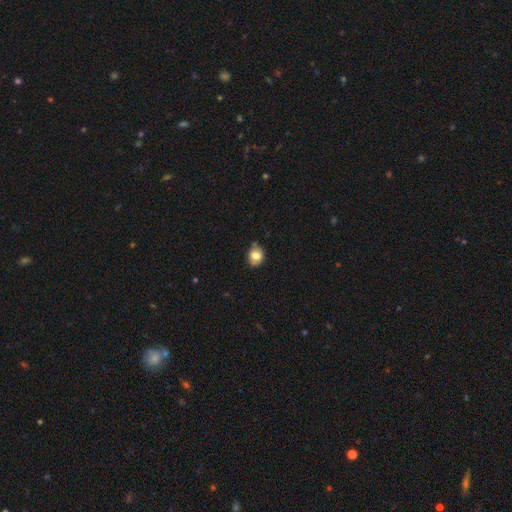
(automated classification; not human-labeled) Smooth or featured? smooth (75%)
How rounded? round (59%)
Merging? none (74%)